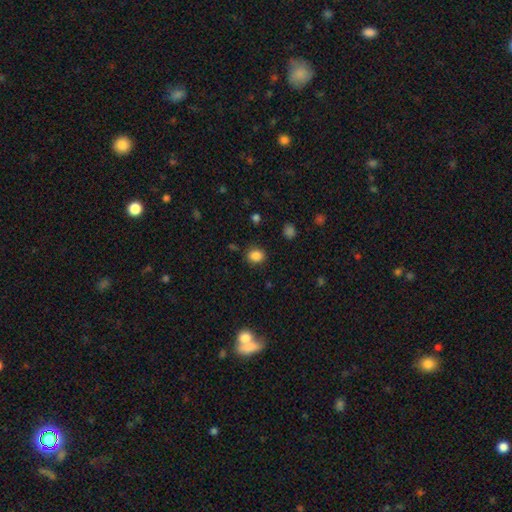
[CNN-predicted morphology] smooth 85%, star or artifact 11%, featured or disk 4%. Down the decision tree: how rounded — round (62%); merging — none (85%).